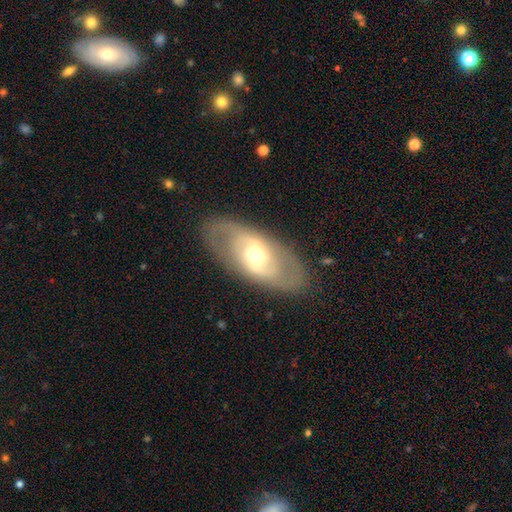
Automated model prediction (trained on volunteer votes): featured or disk 68%, smooth 26%, star or artifact 6%. Down the decision tree: edge-on disk — no (88%); bar — no (41%); spiral arms — yes (53%); bulge size — moderate (67%); merging — none (82%).